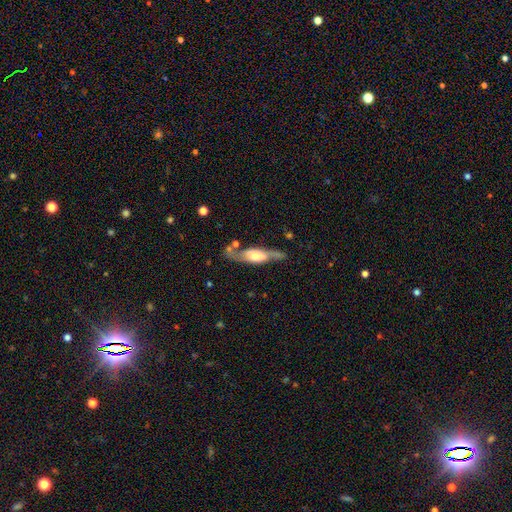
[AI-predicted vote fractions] The model was most divided on "edge-on disk": no: 51%, yes: 49%. More confident: merging — none (67%); smooth or featured — featured or disk (65%).